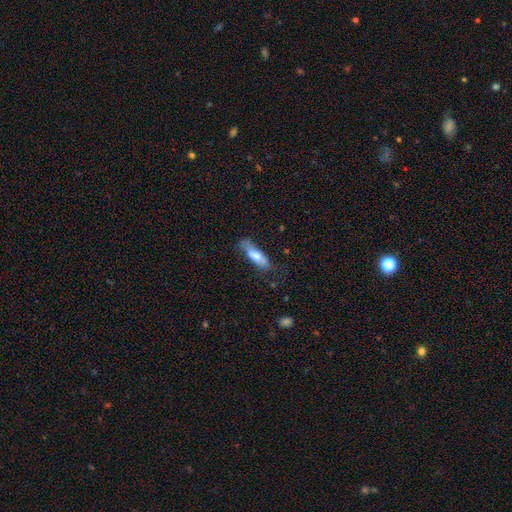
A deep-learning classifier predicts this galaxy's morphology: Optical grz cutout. It shows a smooth galaxy with no disk features (65%) that is cigar-shaped (53%). Merging: none (56%).